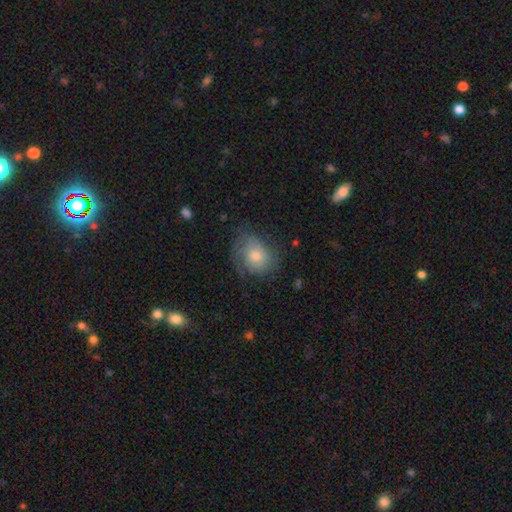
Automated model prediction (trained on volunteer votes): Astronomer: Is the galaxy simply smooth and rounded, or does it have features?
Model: smooth — 59%.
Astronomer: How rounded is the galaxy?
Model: round — 62% (runner-up: in between, 37%).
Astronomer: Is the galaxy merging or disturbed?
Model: none — 60%.